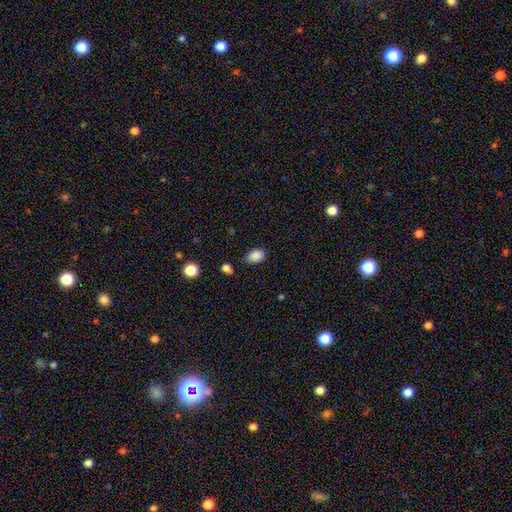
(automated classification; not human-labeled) smooth_or_featured: smooth (p=0.87) [alt: star or artifact p=0.09]
how_rounded: in between (p=0.81) [alt: round p=0.18]
merging: none (p=0.73) [alt: minor disturbance p=0.21]